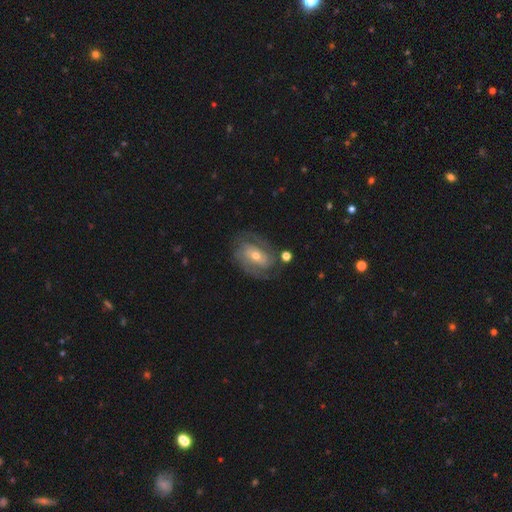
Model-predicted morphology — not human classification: This is clearly a featured or disk galaxy (82%). It is clearly not viewed edge-on (96%). Bar: marginally no (42%). Spiral arm pattern: clearly yes (92%). Spiral arm count: likely 2 (65%). Spiral winding: possibly tight (51%). Central bulge: possibly moderate (57%). Merging: likely none (73%).